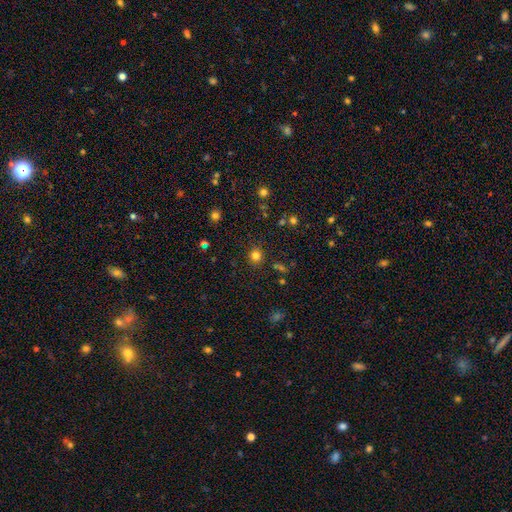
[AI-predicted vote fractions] Overall: smooth (80%). How rounded: round (89%). Merging: none (89%).